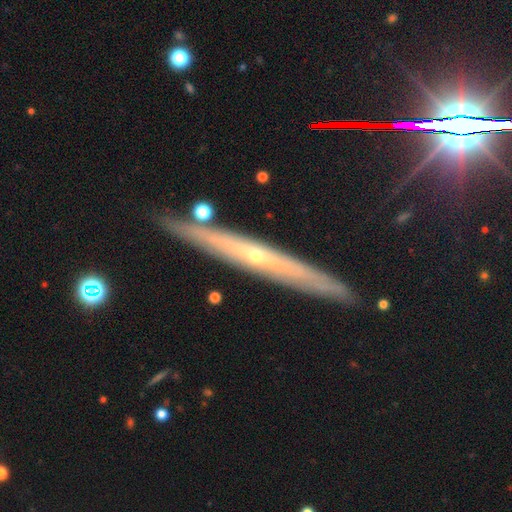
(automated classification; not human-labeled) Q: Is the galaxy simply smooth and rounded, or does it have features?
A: featured or disk — 75%.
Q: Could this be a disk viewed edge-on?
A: yes — 90%.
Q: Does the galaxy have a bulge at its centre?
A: rounded — 57%.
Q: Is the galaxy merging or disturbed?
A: none — 86%.